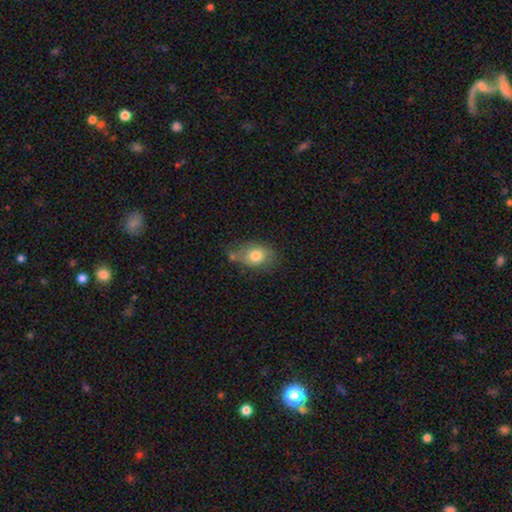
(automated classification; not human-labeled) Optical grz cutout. It shows a smooth galaxy with no disk features (76%) that is in between round and cigar-shaped (72%). Merging: none (52%).